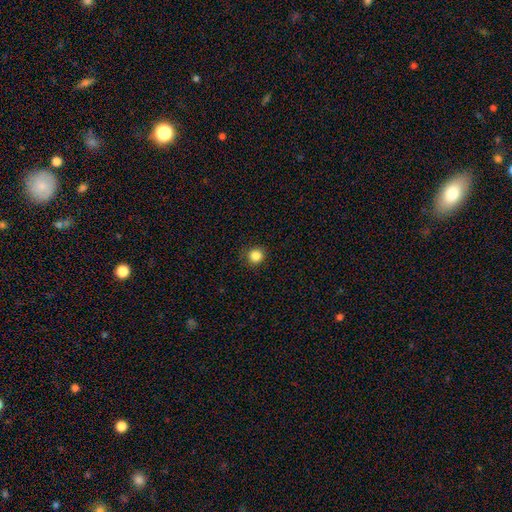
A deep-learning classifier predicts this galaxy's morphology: smooth 86%, star or artifact 11%, featured or disk 3%. Down the decision tree: how rounded — round (92%); merging — none (89%).